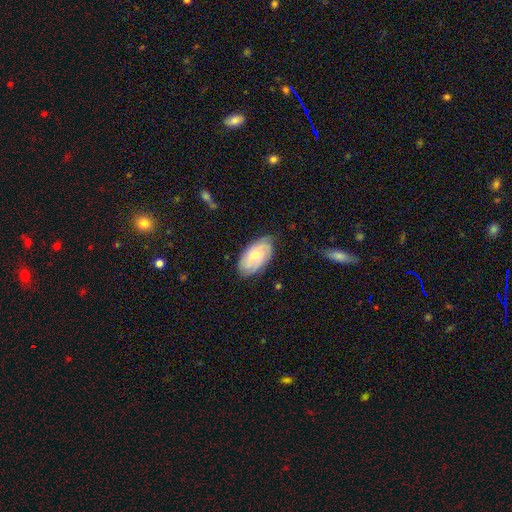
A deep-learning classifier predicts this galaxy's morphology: Q: Smooth or featured?
A: featured or disk (58%); runner-up: smooth (36%)
Q: Edge-on disk?
A: no (93%); runner-up: yes (7%)
Q: Bar?
A: no (72%); runner-up: weak (24%)
Q: Spiral arms?
A: yes (86%); runner-up: no (14%)
Q: Bulge size?
A: moderate (61%); runner-up: small (33%)
Q: Merging?
A: none (78%); runner-up: minor disturbance (18%)